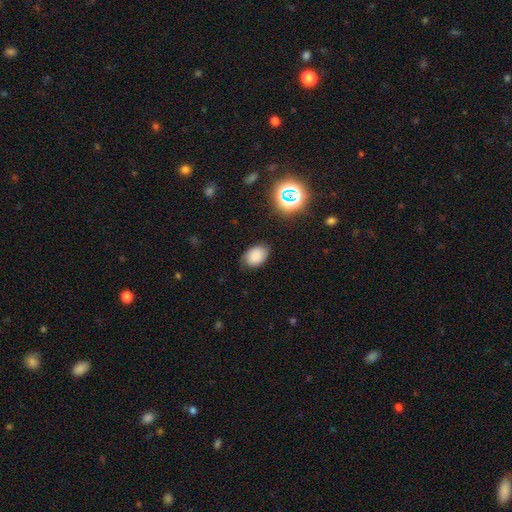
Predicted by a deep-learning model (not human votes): Morphology: type=smooth (81%); roundness=in between (82%); merging=none (78%).